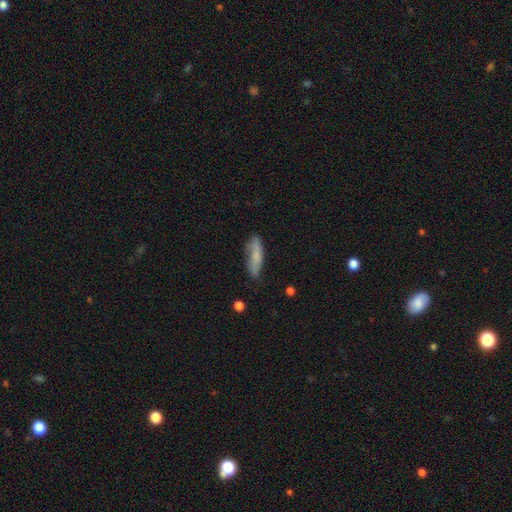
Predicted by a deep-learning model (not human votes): Overall: smooth (72%). How rounded: cigar-shaped (60%; in between 38%). Merging: none (72%).